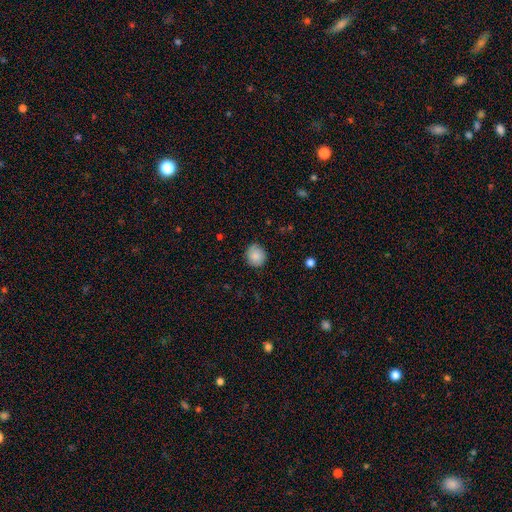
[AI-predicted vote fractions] Morphology: type=smooth (85%); roundness=round (87%); merging=none (83%).